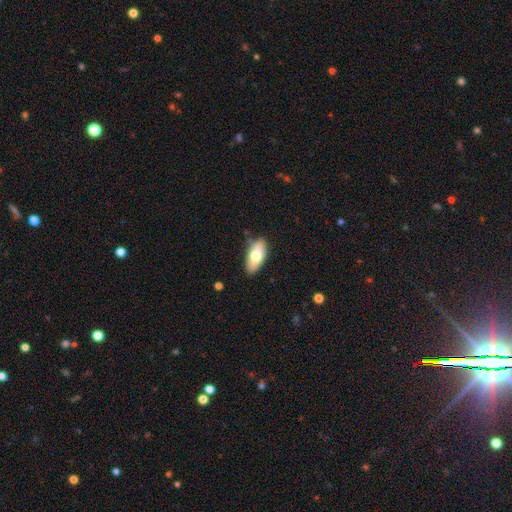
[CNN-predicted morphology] Smooth or featured? Predicted: smooth (p=0.68). How rounded? Predicted: in between (p=0.88). Merging? Predicted: none (p=0.79).